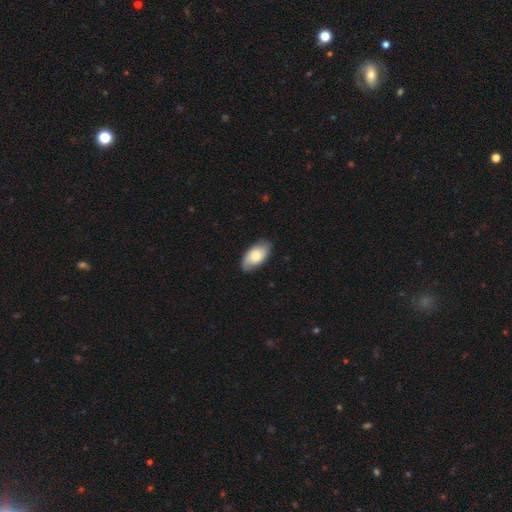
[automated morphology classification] This appears to be a smooth galaxy with no disk features (68%) that is in between round and cigar-shaped (94%). Merging: none (82%).